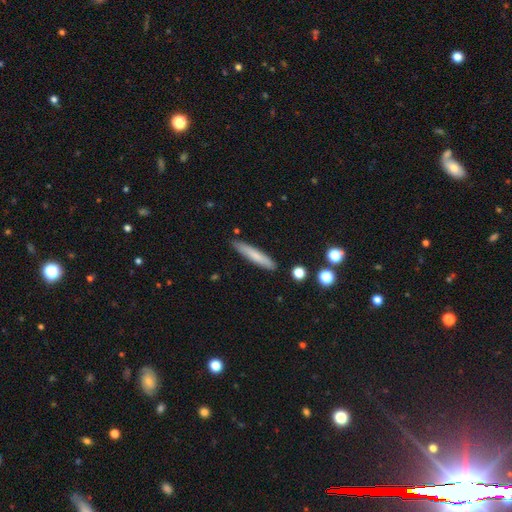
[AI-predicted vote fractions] Smooth or featured? smooth (74%)
How rounded? cigar-shaped (91%)
Merging? none (88%)